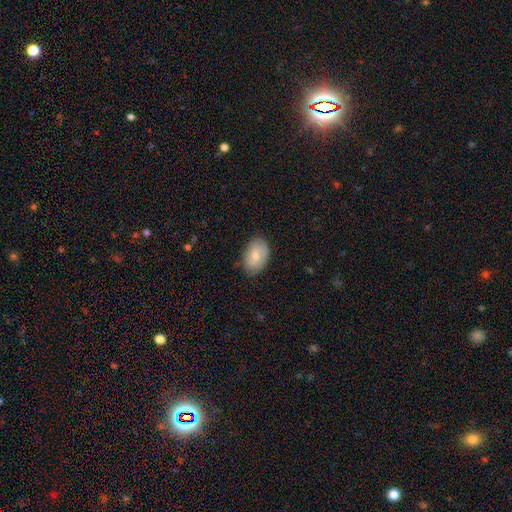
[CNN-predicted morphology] Overall: smooth (74%). How rounded: in between (90%). Merging: none (79%).